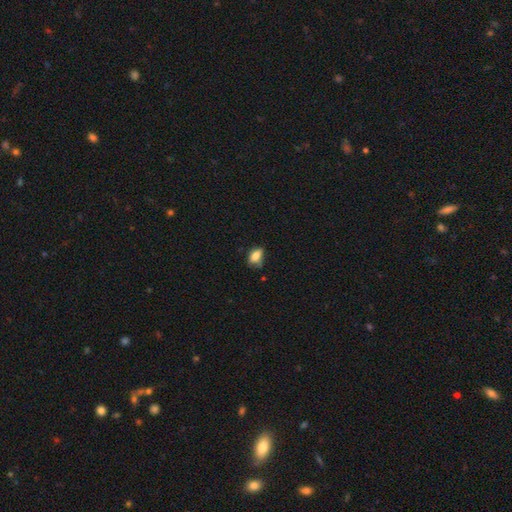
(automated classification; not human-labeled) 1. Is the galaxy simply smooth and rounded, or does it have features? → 77% smooth, 13% featured or disk, 10% star or artifact.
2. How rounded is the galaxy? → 83% in between, 11% round, 6% cigar-shaped.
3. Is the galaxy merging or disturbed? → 46% none, 36% minor disturbance, 12% major disturbance, 5% merger.